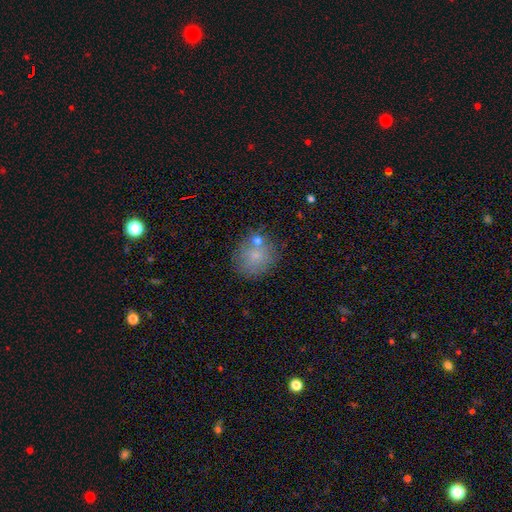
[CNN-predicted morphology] type=smooth (73%); roundness=round (81%); merging=none (69%).